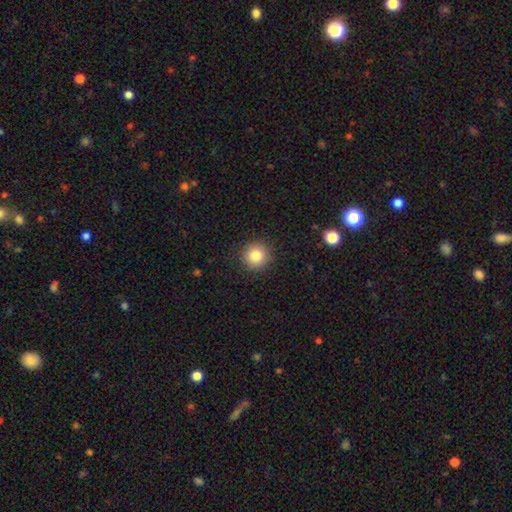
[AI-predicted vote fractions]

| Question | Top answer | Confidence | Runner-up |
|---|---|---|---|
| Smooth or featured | smooth | 84% | star or artifact (10%) |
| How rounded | round | 94% | in between (5%) |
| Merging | none | 90% | minor disturbance (7%) |